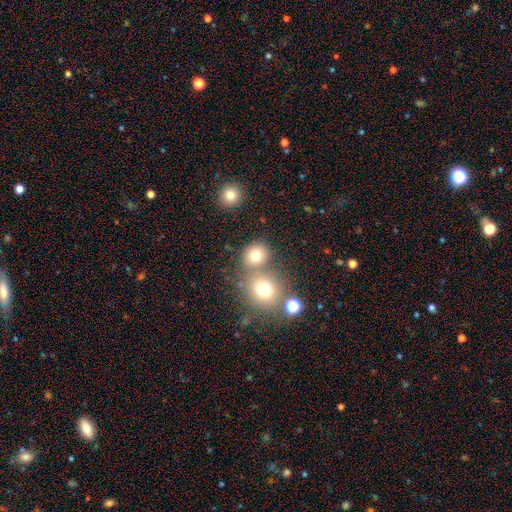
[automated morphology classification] A smooth galaxy with no disk features (75%) that is round (79%).

Vote fractions:
- Smooth or featured? smooth: 75% / star or artifact: 16% / featured or disk: 10%
- How rounded? round: 79% / in between: 20% / cigar-shaped: 1%
- Merging? none: 59% / merger: 29% / minor disturbance: 8% / major disturbance: 4%